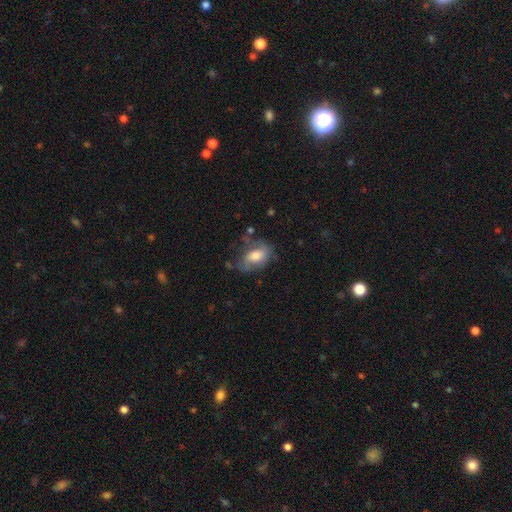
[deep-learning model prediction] Overall: smooth (57%; featured or disk 35%). How rounded: in between (85%). Merging: none (45%; minor disturbance 31%).